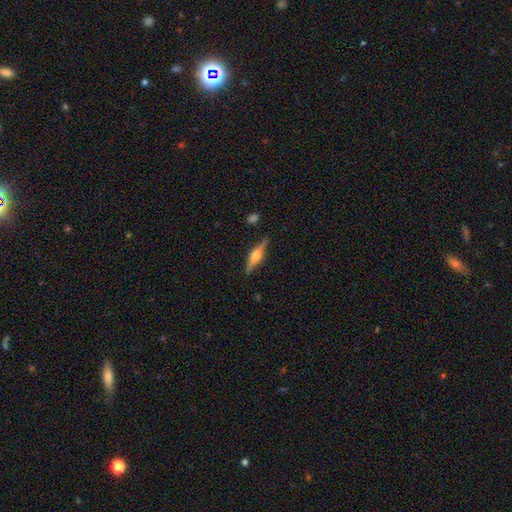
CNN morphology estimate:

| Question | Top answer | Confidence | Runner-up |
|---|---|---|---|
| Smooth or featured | featured or disk | 69% | smooth (25%) |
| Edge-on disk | yes | 97% | no (3%) |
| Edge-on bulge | rounded | 91% | boxy (7%) |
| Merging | none | 86% | minor disturbance (10%) |